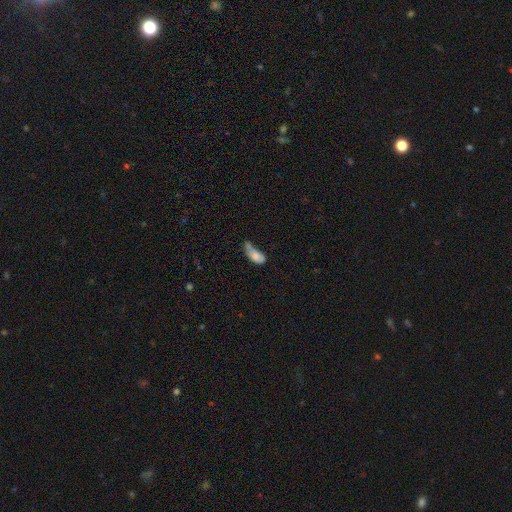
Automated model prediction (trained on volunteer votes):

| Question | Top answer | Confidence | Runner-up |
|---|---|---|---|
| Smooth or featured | smooth | 76% | featured or disk (14%) |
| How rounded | in between | 86% | cigar-shaped (9%) |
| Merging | minor disturbance | 27% | tied: merger (27%) |